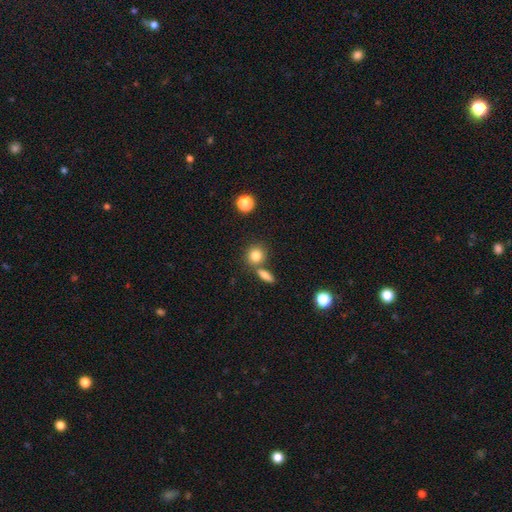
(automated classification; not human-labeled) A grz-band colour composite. It shows a smooth galaxy with no disk features (83%) that is round (83%). Merging: none (66%).